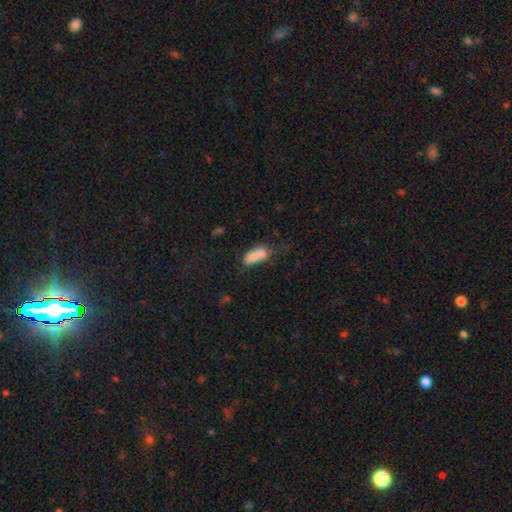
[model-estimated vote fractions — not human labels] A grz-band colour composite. It shows a smooth galaxy with no disk features (74%) that is in between round and cigar-shaped (83%). Merging: merger (37%).